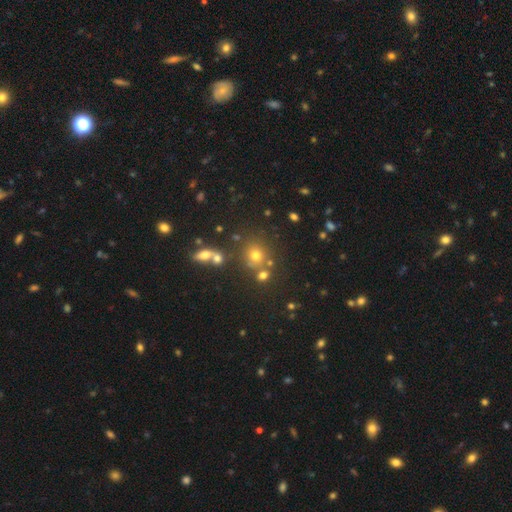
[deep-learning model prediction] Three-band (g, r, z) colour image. It shows a smooth galaxy with no disk features (63%) that is round (84%). Merging: none (69%).